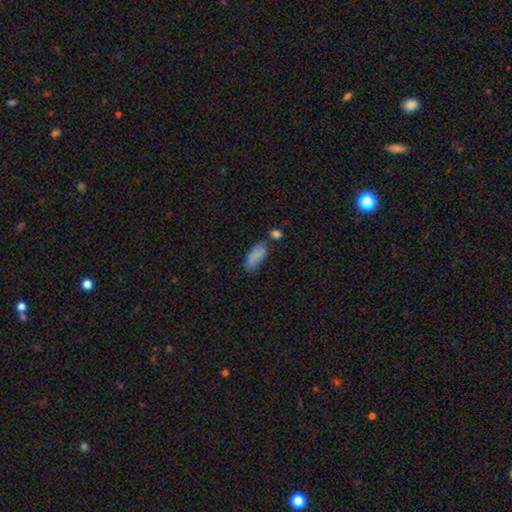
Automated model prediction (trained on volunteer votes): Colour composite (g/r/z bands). It shows a smooth galaxy with no disk features (82%) that is in between round and cigar-shaped (76%). Merging: none (45%).